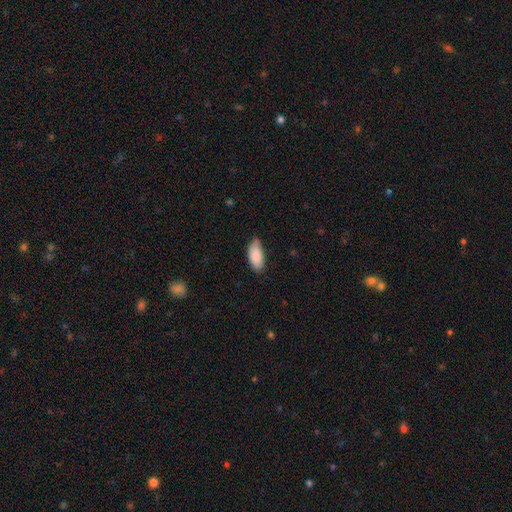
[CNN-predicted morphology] type=smooth (88%); roundness=in between (90%); merging=none (65%).